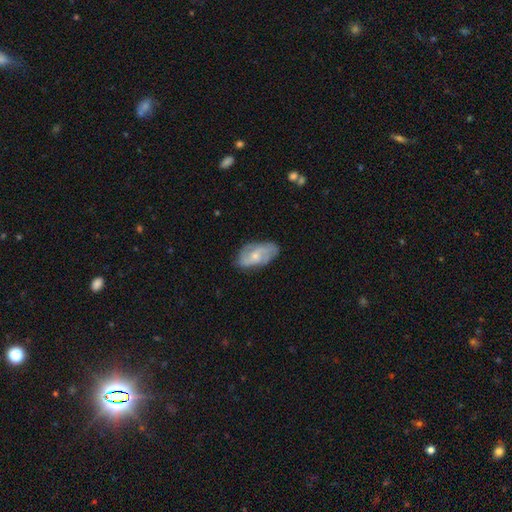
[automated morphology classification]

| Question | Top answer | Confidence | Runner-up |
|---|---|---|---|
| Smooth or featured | featured or disk | 61% | smooth (33%) |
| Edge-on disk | no | 95% | yes (5%) |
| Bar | no | 69% | weak (27%) |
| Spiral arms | yes | 82% | no (18%) |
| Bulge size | small | 58% | moderate (37%) |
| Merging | none | 68% | minor disturbance (24%) |